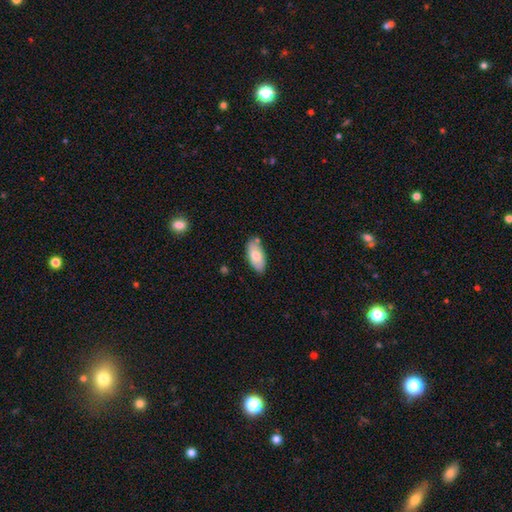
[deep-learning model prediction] smooth-or-featured: smooth: 72% | featured or disk: 21% | star or artifact: 6%
  how-rounded: in between: 92% | cigar-shaped: 5% | round: 2%
  merging: none: 77% | minor disturbance: 16% | merger: 5% | major disturbance: 3%